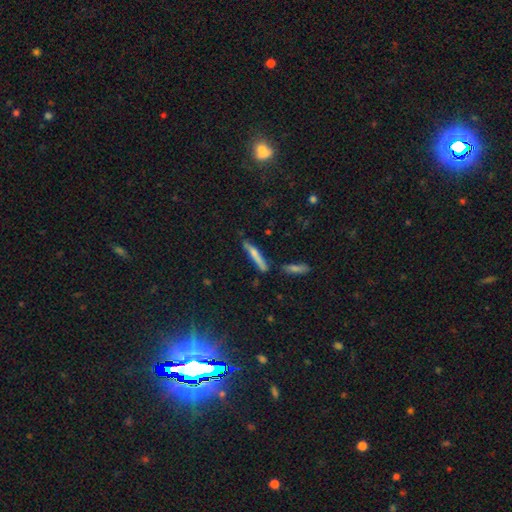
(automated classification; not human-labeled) The model was most divided on "smooth or featured": smooth: 56%, featured or disk: 36%, star or artifact: 8%. More confident: how rounded — cigar-shaped (92%); merging — none (72%).